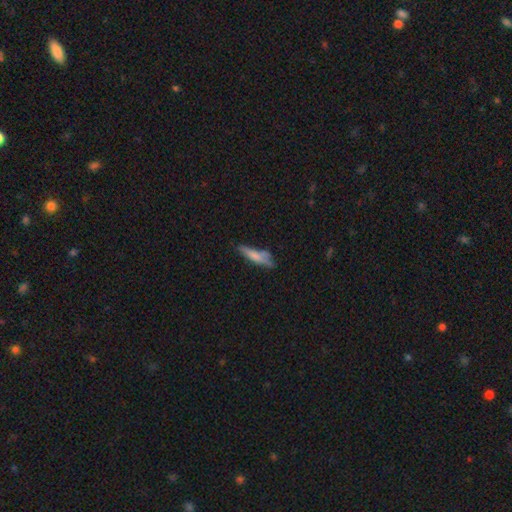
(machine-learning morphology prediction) A smooth galaxy with no disk features (69%) that is cigar-shaped (74%).

Vote fractions:
- Smooth or featured? smooth: 69% / featured or disk: 23% / star or artifact: 8%
- How rounded? cigar-shaped: 74% / in between: 24% / round: 2%
- Merging? none: 50% / minor disturbance: 27% / major disturbance: 12% / merger: 10%